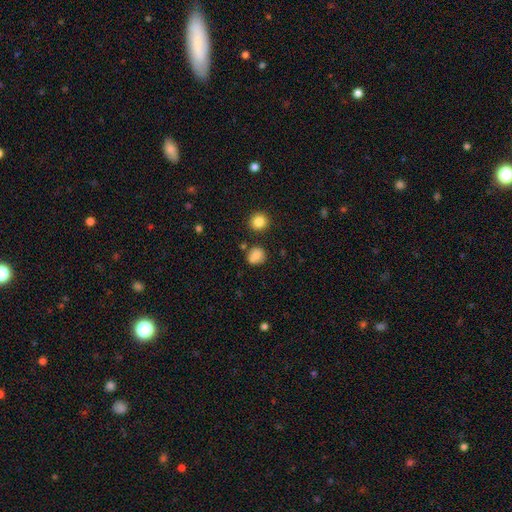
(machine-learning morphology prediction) smooth 81%, star or artifact 12%, featured or disk 7%. Down the decision tree: how rounded — round (79%); merging — none (69%).